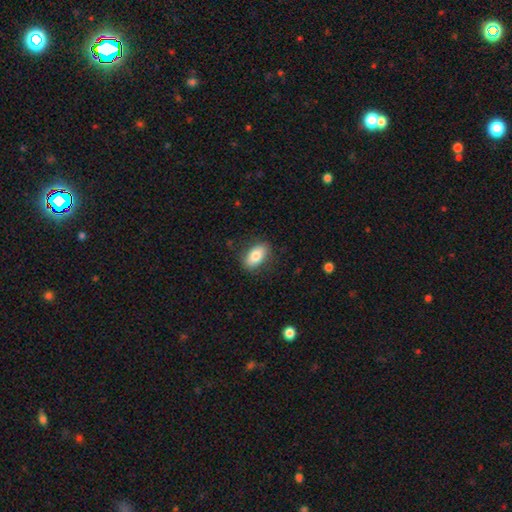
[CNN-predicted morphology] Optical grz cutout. It shows a smooth galaxy with no disk features (80%) that is in between round and cigar-shaped (90%). Merging: none (84%).